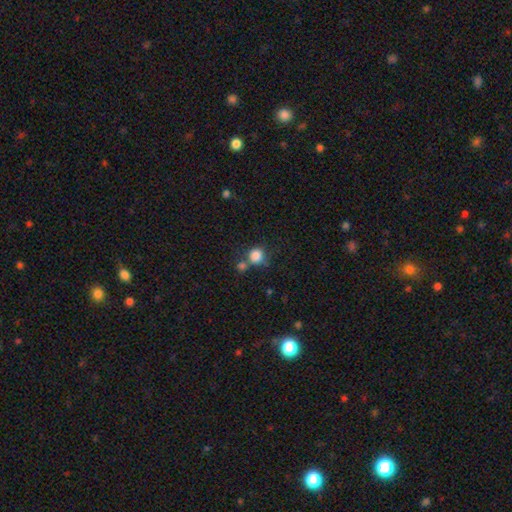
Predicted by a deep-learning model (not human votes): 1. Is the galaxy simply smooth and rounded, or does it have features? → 84% smooth, 11% star or artifact, 6% featured or disk.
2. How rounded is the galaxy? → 85% round, 14% in between, 1% cigar-shaped.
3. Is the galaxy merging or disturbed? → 56% none, 26% merger, 13% minor disturbance, 6% major disturbance.